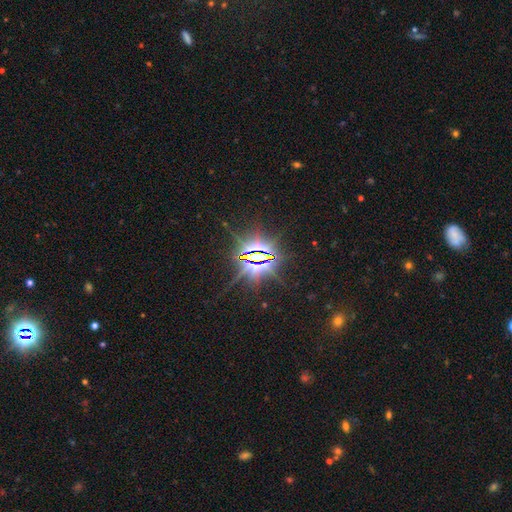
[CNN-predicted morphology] This appears to be a star or artifact, not a galaxy (84%).